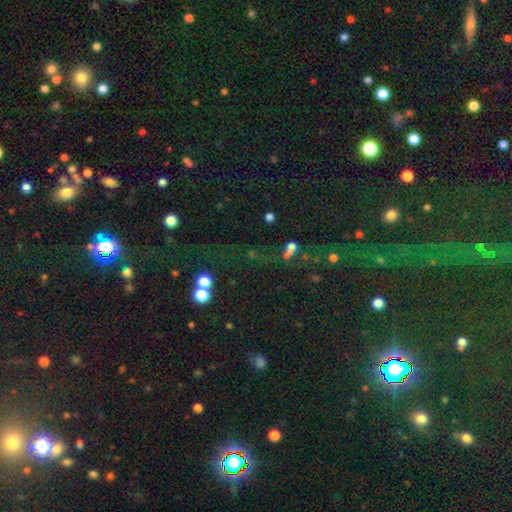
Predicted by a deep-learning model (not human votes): Smooth or featured? Predicted: star or artifact (p=0.80).